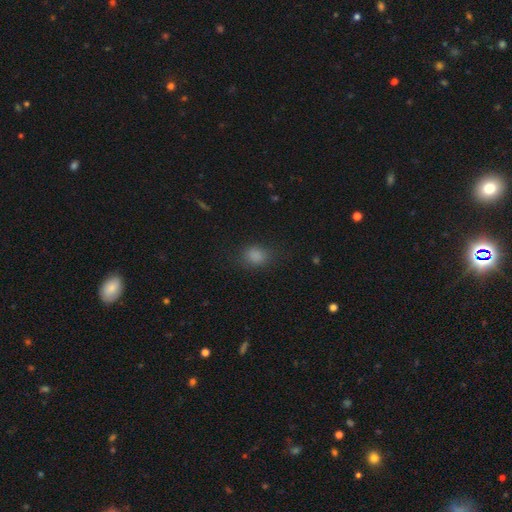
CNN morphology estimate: Overall: smooth (83%). How rounded: in between (55%; round 43%). Merging: none (74%).